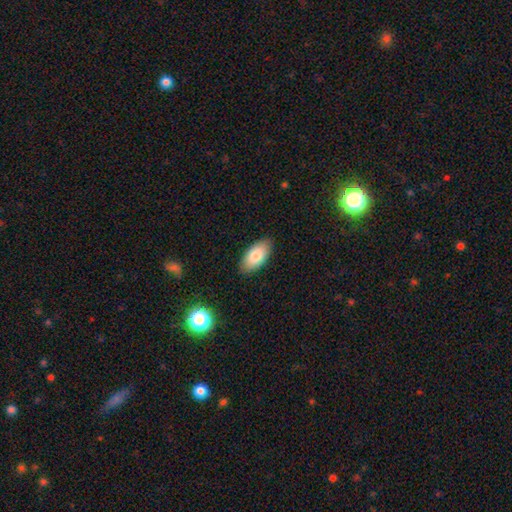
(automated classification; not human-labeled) A smooth galaxy with no disk features (83%) that is in between round and cigar-shaped (94%).

Vote fractions:
- Smooth or featured? smooth: 83% / featured or disk: 10% / star or artifact: 7%
- How rounded? in between: 94% / cigar-shaped: 4% / round: 2%
- Merging? none: 88% / minor disturbance: 9% / major disturbance: 2% / merger: 1%